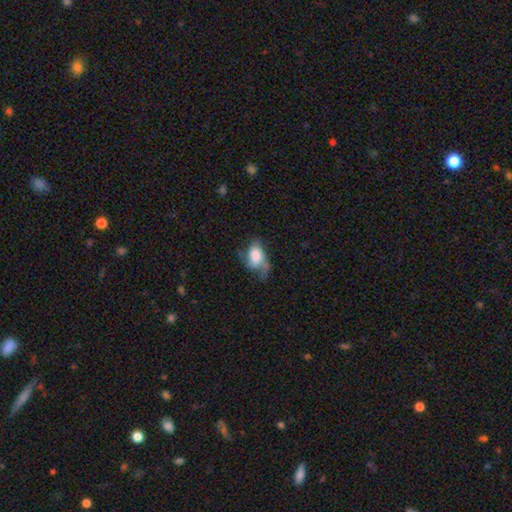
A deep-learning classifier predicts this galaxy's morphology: type=smooth (60%); roundness=in between (87%); merging=major disturbance (33%).